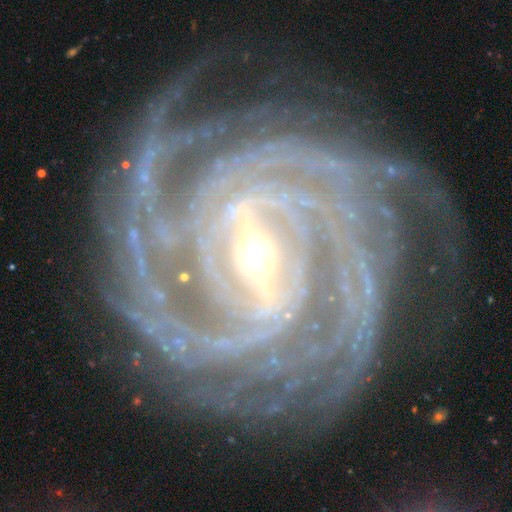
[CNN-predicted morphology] Smooth or featured?
  - featured or disk: 94% *
  - star or artifact: 4%
  - smooth: 2%
Edge-on disk?
  - no: 98% *
  - yes: 2%
Bar?
  - strong: 61% *
  - weak: 30%
  - no: 9%
Spiral arms?
  - yes: 99% *
  - no: 1%
Spiral winding?
  - tight: 83% *
  - medium: 15%
  - loose: 2%
Spiral arm count?
  - 4: 33% *
  - more than 4: 23%
  - 3: 14%
  - can't tell: 12%
  - 2: 10%
  - 1: 8%
Bulge size?
  - moderate: 50% *
  - small: 46%
  - large: 3%
  - none: 1%
  - dominant: 1%
Merging?
  - none: 81% *
  - minor disturbance: 13%
  - major disturbance: 5%
  - merger: 1%